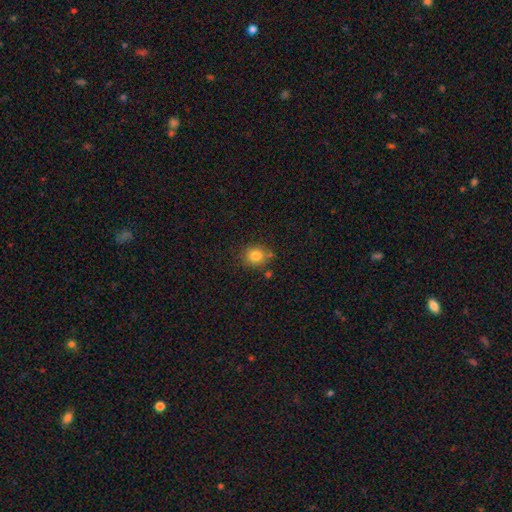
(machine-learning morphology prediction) The model was most divided on "how rounded": round: 75%, in between: 24%, cigar-shaped: 1%. More confident: smooth or featured — smooth (83%); merging — none (77%).